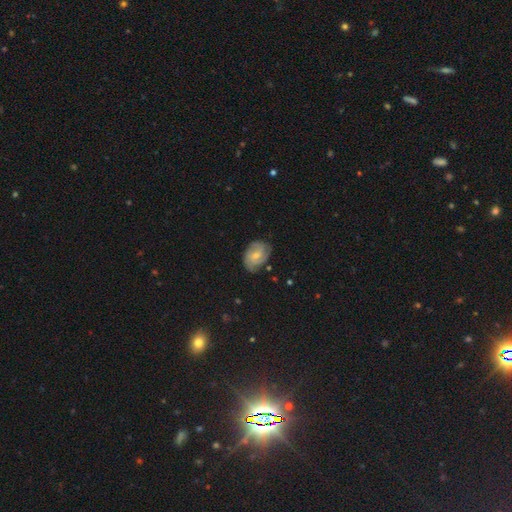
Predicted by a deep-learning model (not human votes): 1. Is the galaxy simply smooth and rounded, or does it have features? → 65% featured or disk, 28% smooth, 7% star or artifact.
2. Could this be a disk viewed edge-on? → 97% no, 3% yes.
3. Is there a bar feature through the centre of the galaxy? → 52% no, 41% weak, 7% strong.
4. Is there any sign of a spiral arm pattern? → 91% yes, 9% no.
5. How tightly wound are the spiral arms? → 53% tight, 36% medium, 11% loose.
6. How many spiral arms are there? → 33% 2, 28% can't tell, 25% 3, 6% 4, 5% 1, 4% more than 4.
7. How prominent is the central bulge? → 52% small, 41% moderate, 4% none, 2% large, 1% dominant.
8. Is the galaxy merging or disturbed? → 70% none, 22% minor disturbance, 6% major disturbance, 2% merger.